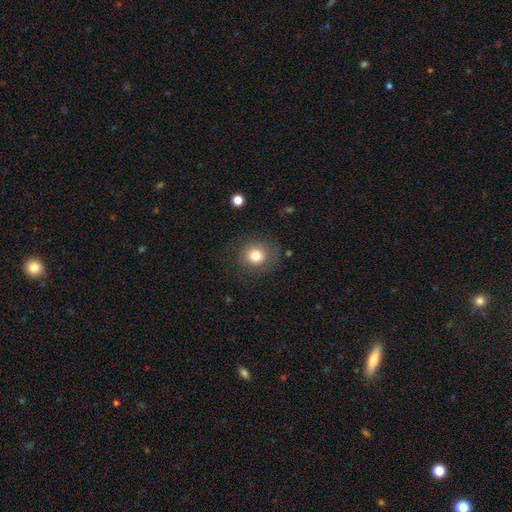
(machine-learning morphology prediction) Smooth or featured? Predicted: smooth (p=0.79). How rounded? Predicted: round (p=0.84). Merging? Predicted: none (p=0.81).